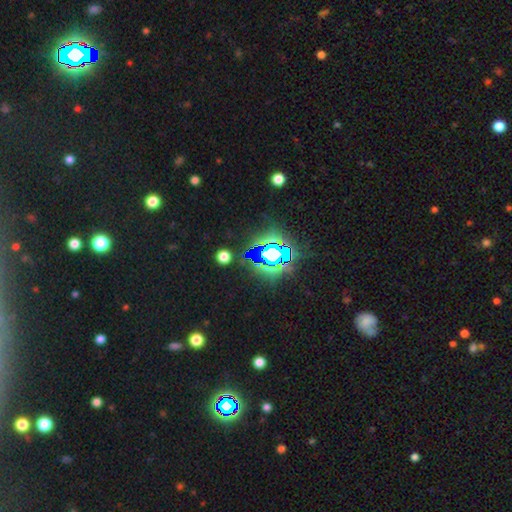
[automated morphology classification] Smooth or featured? star or artifact (82%)